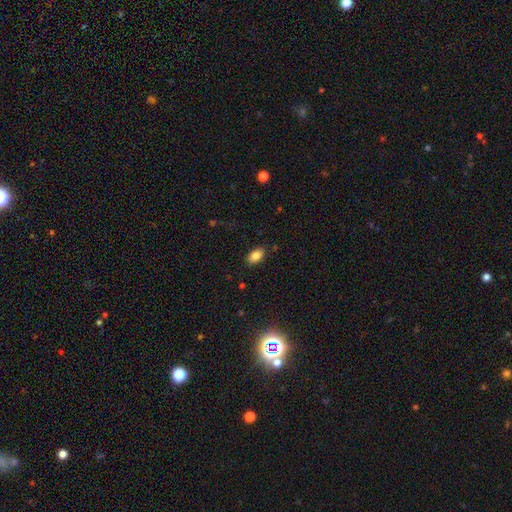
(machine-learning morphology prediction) Q: Smooth or featured?
A: smooth (84%); runner-up: star or artifact (9%)
Q: How rounded?
A: in between (92%); runner-up: round (5%)
Q: Merging?
A: none (86%); runner-up: minor disturbance (10%)